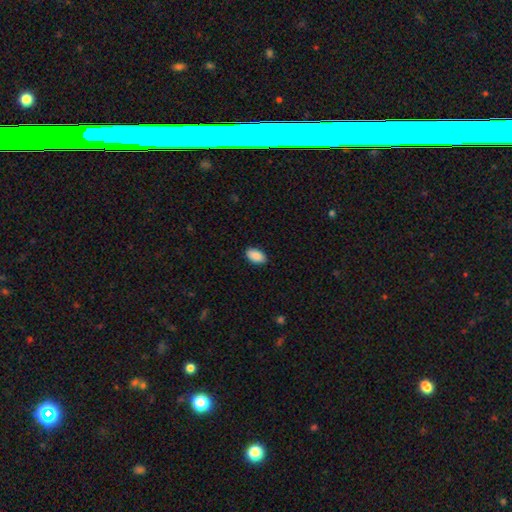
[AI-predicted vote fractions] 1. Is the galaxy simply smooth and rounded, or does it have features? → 90% smooth, 6% star or artifact, 4% featured or disk.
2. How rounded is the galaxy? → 94% in between, 5% round, 2% cigar-shaped.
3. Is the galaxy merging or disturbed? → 86% none, 11% minor disturbance, 2% major disturbance, 1% merger.